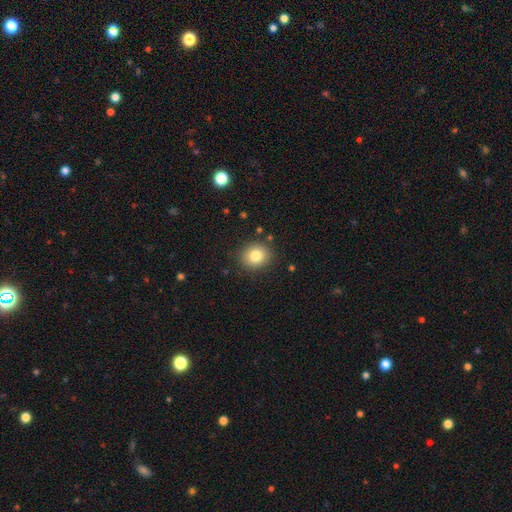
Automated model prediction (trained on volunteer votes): Morphology: type=smooth (82%); roundness=round (75%); merging=none (88%).